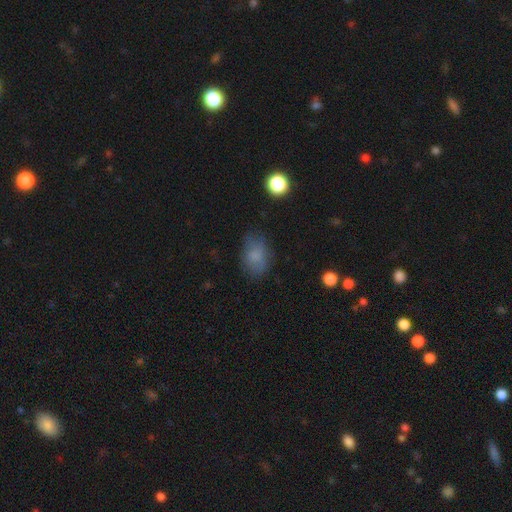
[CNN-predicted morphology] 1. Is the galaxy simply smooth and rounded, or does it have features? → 76% smooth, 12% featured or disk, 11% star or artifact.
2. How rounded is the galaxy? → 79% in between, 19% round, 1% cigar-shaped.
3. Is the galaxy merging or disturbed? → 65% none, 24% minor disturbance, 9% major disturbance, 2% merger.